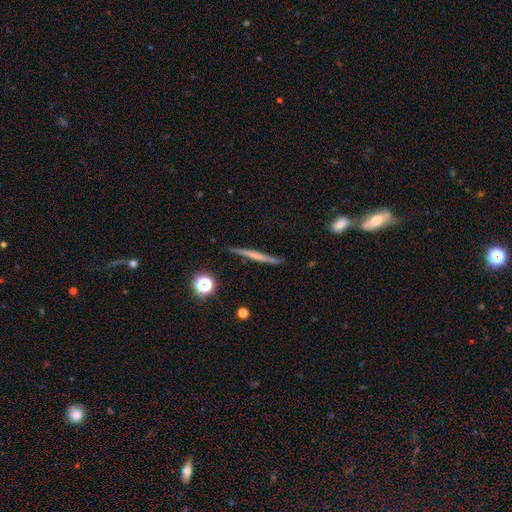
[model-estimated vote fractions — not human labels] Smooth or featured? Predicted: featured or disk (p=0.50). Merging? Predicted: none (p=0.87).